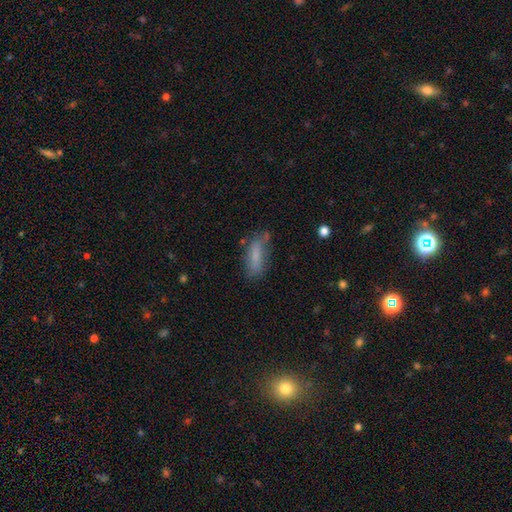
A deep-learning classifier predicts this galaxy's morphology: A smooth galaxy with no disk features (73%) that is in between round and cigar-shaped (56%). Merging: none (58%).